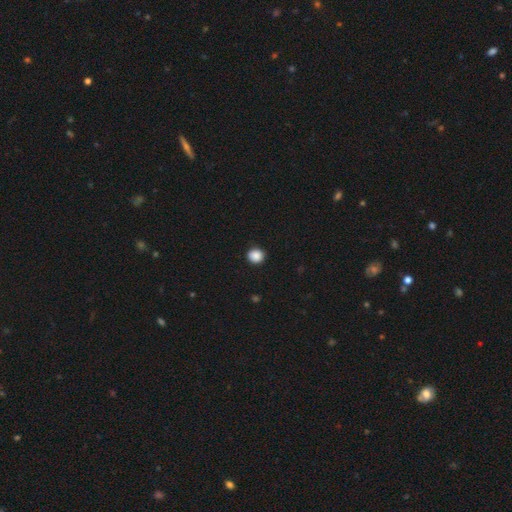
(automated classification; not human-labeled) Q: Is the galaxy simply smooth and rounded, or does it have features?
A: smooth — 88%.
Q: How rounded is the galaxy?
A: round — 87%.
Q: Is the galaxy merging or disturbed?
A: none — 91%.